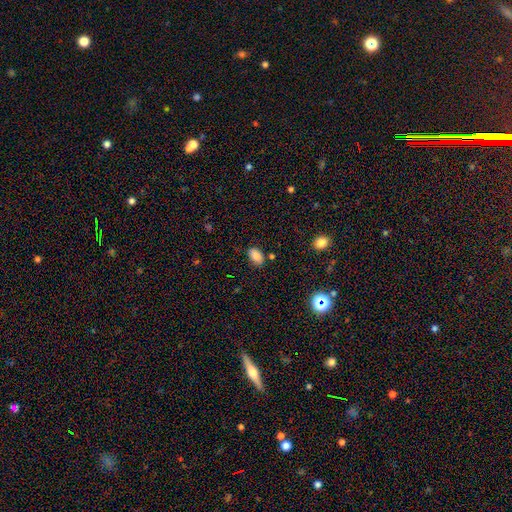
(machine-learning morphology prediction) smooth 85%, star or artifact 10%, featured or disk 5%. Down the decision tree: how rounded — in between (89%); merging — none (80%).